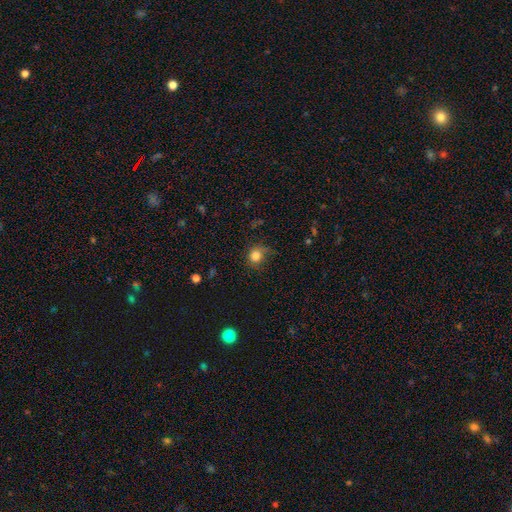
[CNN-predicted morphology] A smooth galaxy with no disk features (81%) that is round (82%).

Vote fractions:
- Smooth or featured? smooth: 81% / star or artifact: 12% / featured or disk: 7%
- How rounded? round: 82% / in between: 17% / cigar-shaped: 1%
- Merging? none: 66% / minor disturbance: 23% / major disturbance: 10% / merger: 2%